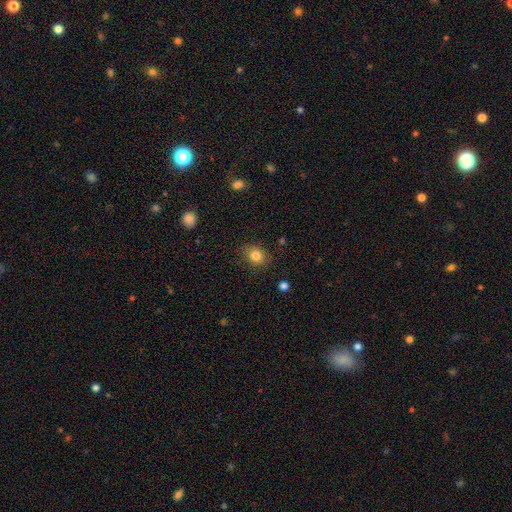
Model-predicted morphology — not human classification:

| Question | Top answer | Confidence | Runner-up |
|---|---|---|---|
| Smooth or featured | smooth | 82% | star or artifact (11%) |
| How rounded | round | 68% | in between (31%) |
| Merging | none | 84% | minor disturbance (12%) |